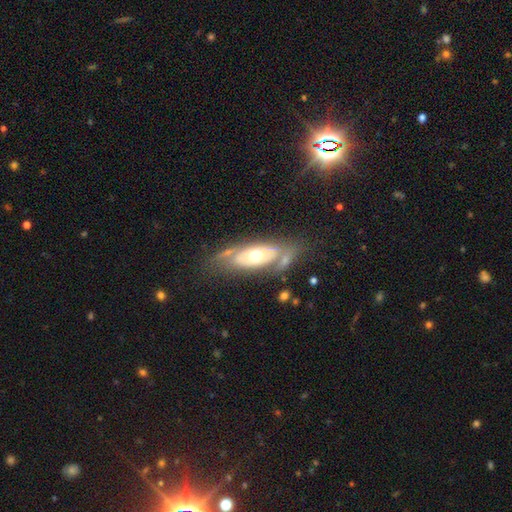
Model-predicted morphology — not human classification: smooth-or-featured: featured or disk: 61% | smooth: 33% | star or artifact: 6%
  disk-edge-on: no: 81% | yes: 19%
  merging: none: 58% | minor disturbance: 20% | merger: 11% | major disturbance: 11%